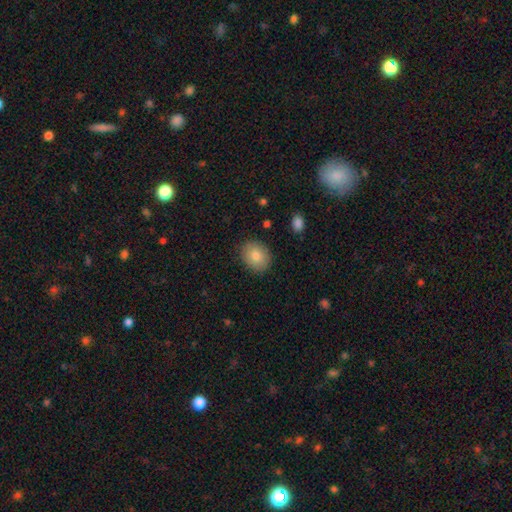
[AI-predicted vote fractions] A smooth galaxy with no disk features (81%) that is round (51%).

Vote fractions:
- Smooth or featured? smooth: 81% / featured or disk: 10% / star or artifact: 9%
- How rounded? round: 51% / in between: 48% / cigar-shaped: 1%
- Merging? none: 88% / minor disturbance: 8% / major disturbance: 2% / merger: 1%